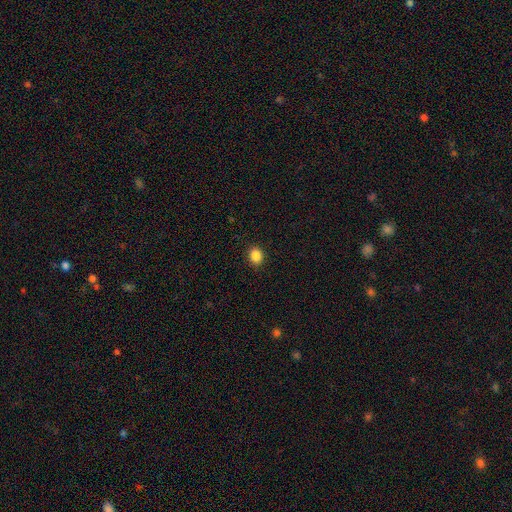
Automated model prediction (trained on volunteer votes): A smooth galaxy with no disk features (87%) that is in between round and cigar-shaped (50%).

Vote fractions:
- Smooth or featured? smooth: 87% / star or artifact: 10% / featured or disk: 3%
- How rounded? in between: 50% / round: 49% / cigar-shaped: 1%
- Merging? none: 90% / minor disturbance: 7% / major disturbance: 2% / merger: 1%